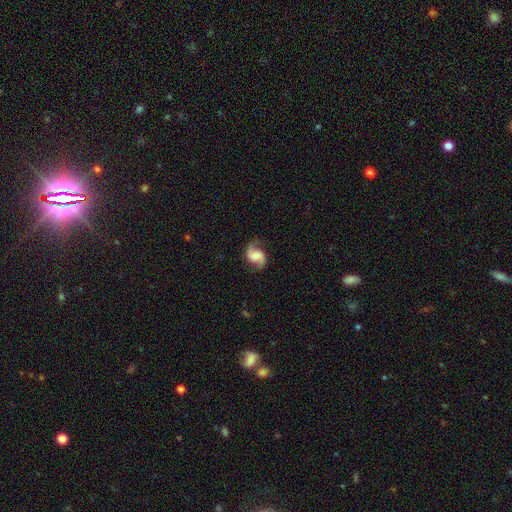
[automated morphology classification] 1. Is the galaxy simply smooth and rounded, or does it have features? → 80% featured or disk, 13% smooth, 7% star or artifact.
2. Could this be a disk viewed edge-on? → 98% no, 2% yes.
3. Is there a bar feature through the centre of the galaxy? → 49% no, 39% weak, 13% strong.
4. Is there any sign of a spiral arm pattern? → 96% yes, 4% no.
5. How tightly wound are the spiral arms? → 51% loose, 39% medium, 10% tight.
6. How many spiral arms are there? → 92% 2, 3% 1, 2% can't tell, 1% 3, 1% 4, 1% more than 4.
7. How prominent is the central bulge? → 36% moderate, 25% small, 18% large, 17% none, 3% dominant.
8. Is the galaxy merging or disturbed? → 77% none, 15% minor disturbance, 7% major disturbance, 1% merger.